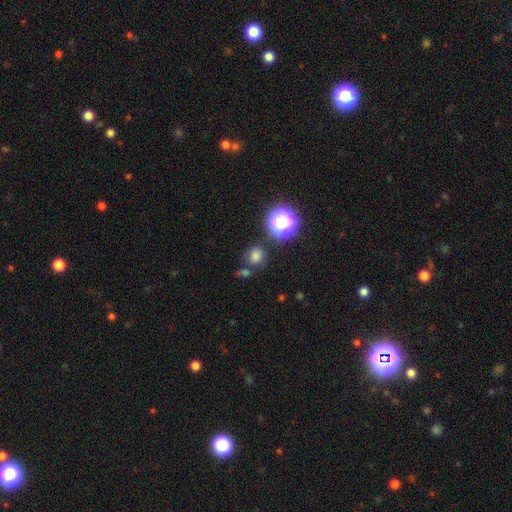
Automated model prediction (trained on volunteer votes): Morphology: type=smooth (73%); roundness=round (82%); merging=none (75%).